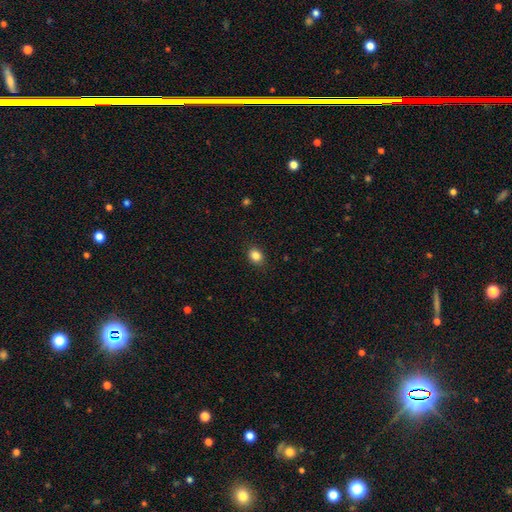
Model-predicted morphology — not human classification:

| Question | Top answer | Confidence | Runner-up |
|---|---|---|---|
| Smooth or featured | smooth | 85% | star or artifact (10%) |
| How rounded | in between | 56% | round (43%) |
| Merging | none | 88% | minor disturbance (9%) |